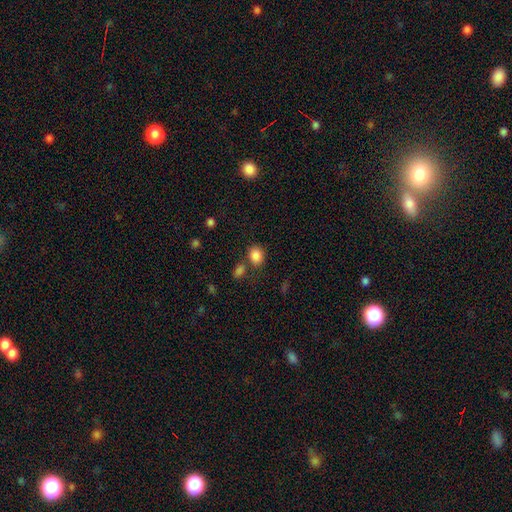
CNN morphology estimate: The model was most divided on "how rounded": round: 53%, in between: 46%, cigar-shaped: 1%. More confident: smooth or featured — smooth (85%); merging — none (69%).